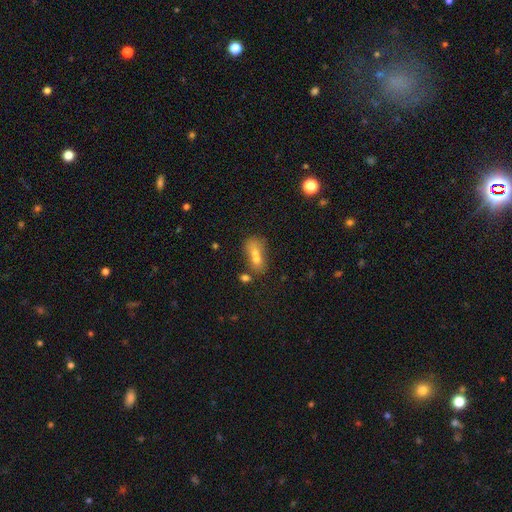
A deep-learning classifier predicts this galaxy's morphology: smooth-or-featured: smooth: 64% | featured or disk: 23% | star or artifact: 12%
  how-rounded: in between: 66% | round: 30% | cigar-shaped: 4%
  merging: merger: 67% | none: 20% | minor disturbance: 8% | major disturbance: 5%